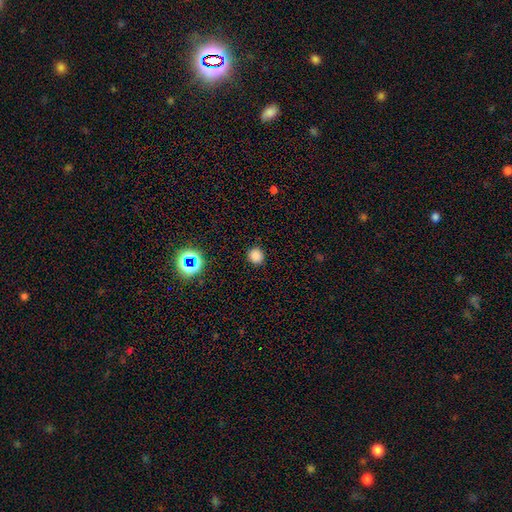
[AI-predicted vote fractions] The model was most divided on "smooth or featured": smooth: 81%, star or artifact: 15%, featured or disk: 4%. More confident: merging — none (89%); how rounded — round (87%).